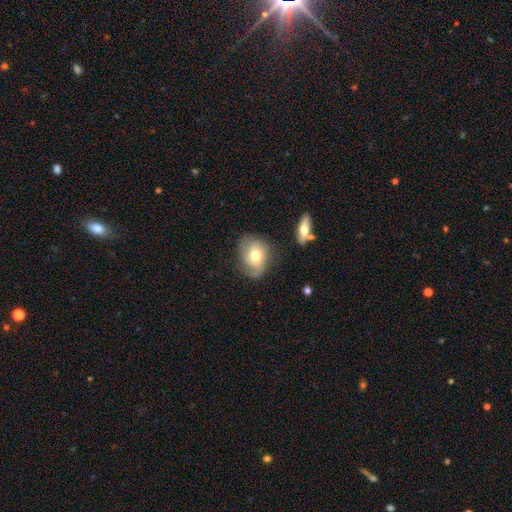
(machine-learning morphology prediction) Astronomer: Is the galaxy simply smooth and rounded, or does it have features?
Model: smooth — 47% (runner-up: featured or disk, 45%).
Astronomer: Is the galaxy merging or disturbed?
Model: none — 61%.